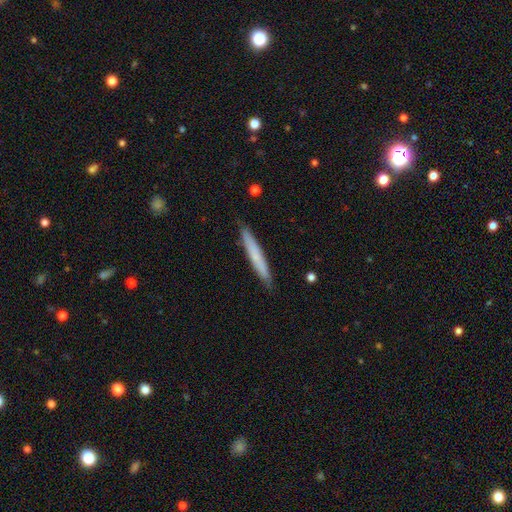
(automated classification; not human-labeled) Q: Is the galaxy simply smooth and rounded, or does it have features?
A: smooth — 67%.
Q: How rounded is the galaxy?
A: cigar-shaped — 96%.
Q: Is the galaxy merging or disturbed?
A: none — 90%.